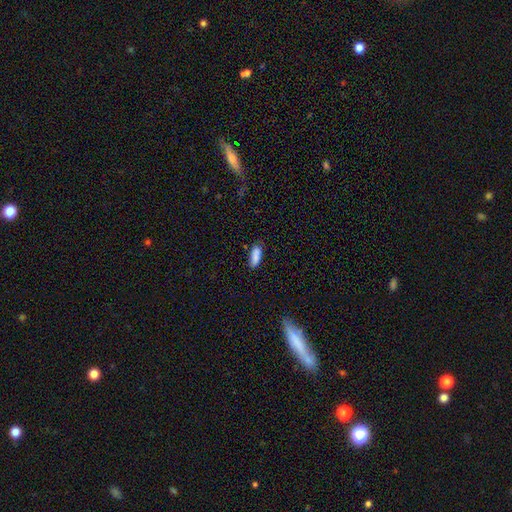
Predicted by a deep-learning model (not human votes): smooth_or_featured: smooth (p=0.87) [alt: star or artifact p=0.07]
how_rounded: in between (p=0.66) [alt: cigar-shaped p=0.32]
merging: none (p=0.76) [alt: minor disturbance p=0.18]